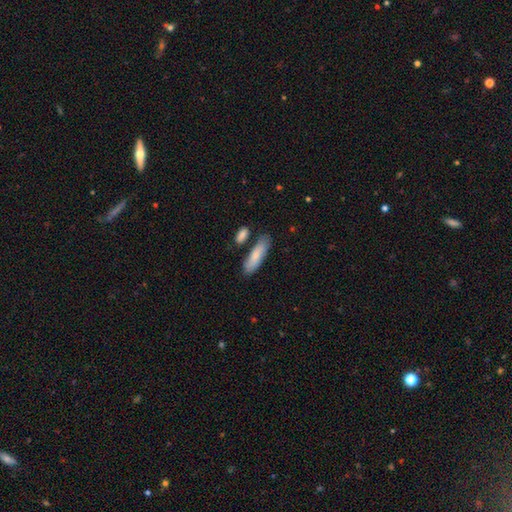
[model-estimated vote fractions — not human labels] The model was most divided on "how rounded": cigar-shaped: 51%, in between: 47%, round: 2%. More confident: smooth or featured — smooth (80%); merging — none (73%).